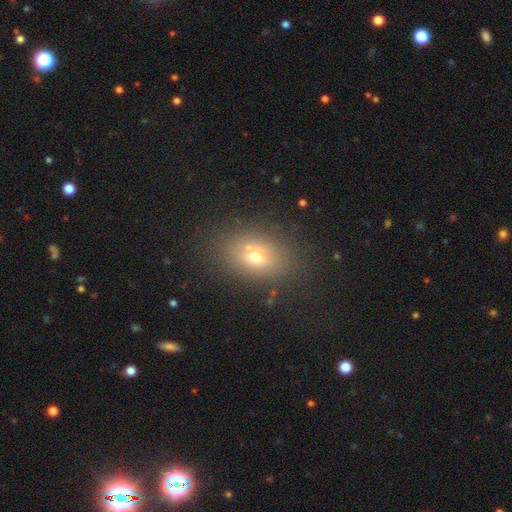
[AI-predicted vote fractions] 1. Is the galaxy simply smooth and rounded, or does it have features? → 61% smooth, 21% featured or disk, 18% star or artifact.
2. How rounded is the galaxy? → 72% in between, 25% round, 3% cigar-shaped.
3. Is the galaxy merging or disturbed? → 75% none, 12% minor disturbance, 9% merger, 5% major disturbance.